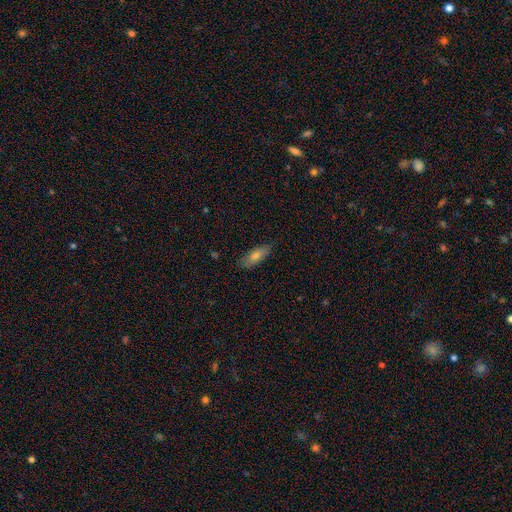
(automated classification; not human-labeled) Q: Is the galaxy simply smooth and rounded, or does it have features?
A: smooth — 69%.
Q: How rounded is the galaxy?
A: in between — 63%.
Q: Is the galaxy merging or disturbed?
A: none — 82%.